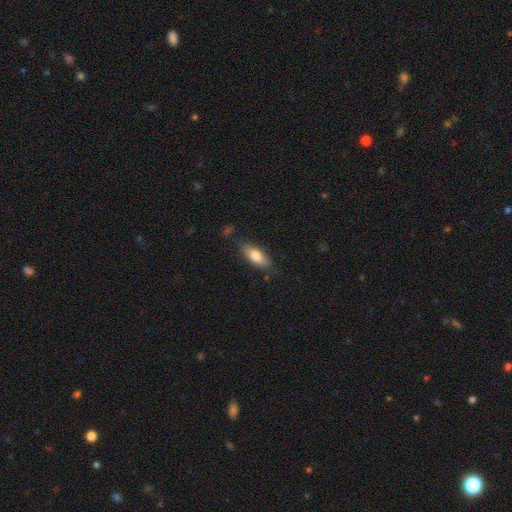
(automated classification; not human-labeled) Smooth or featured? smooth (77%)
How rounded? in between (79%)
Merging? none (76%)